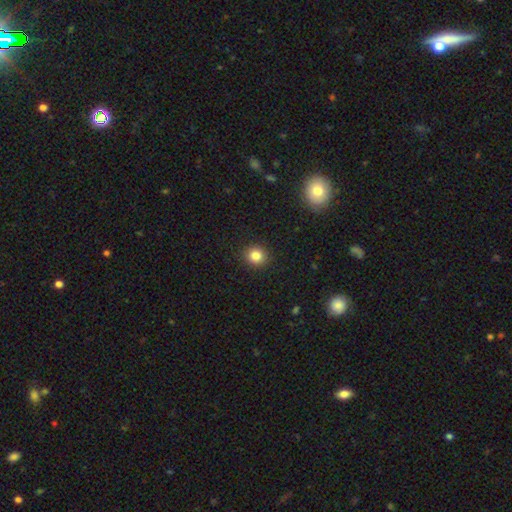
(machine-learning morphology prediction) This appears to be a smooth galaxy with no disk features (84%) that is round (87%). Merging: none (91%).